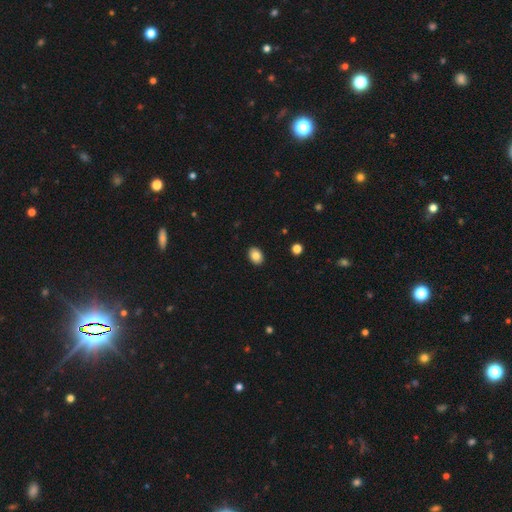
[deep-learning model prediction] Smooth or featured: smooth — 84% (star or artifact — 9%)
How rounded: in between — 74% (round — 25%)
Merging: none — 90% (minor disturbance — 7%)